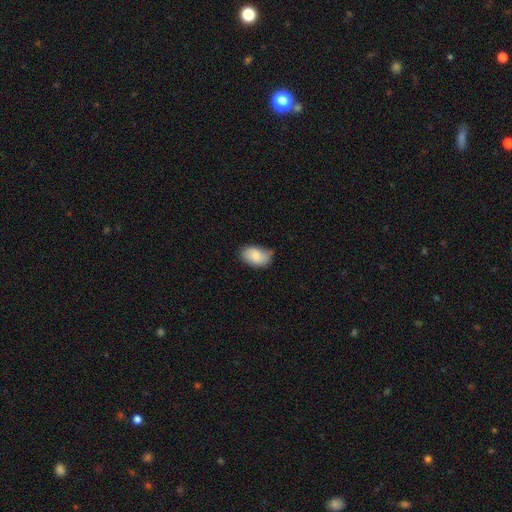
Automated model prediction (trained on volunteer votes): Smooth or featured?
  - smooth: 81% *
  - featured or disk: 13%
  - star or artifact: 7%
How rounded?
  - in between: 90% *
  - round: 9%
  - cigar-shaped: 1%
Merging?
  - none: 57% *
  - minor disturbance: 34%
  - major disturbance: 6%
  - merger: 2%